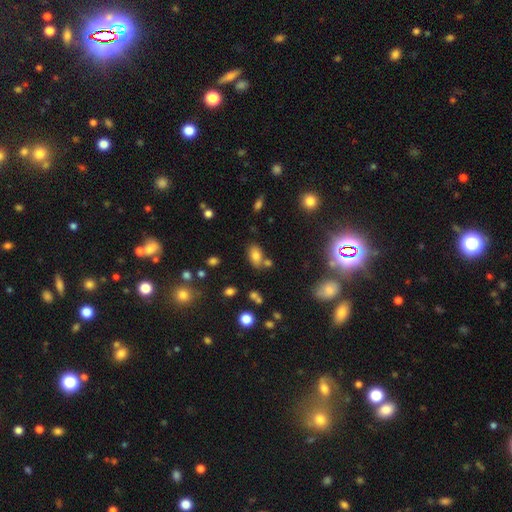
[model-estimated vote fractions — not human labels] Smooth or featured? smooth (77%)
How rounded? in between (88%)
Merging? none (69%)